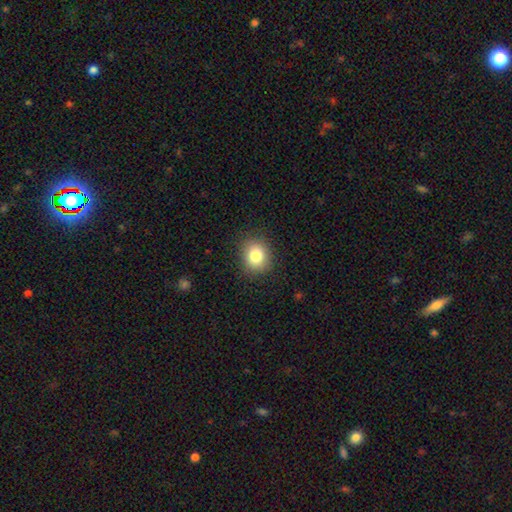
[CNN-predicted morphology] This is clearly a smooth galaxy (82%). How rounded: likely round (71%). Merging: clearly none (88%).